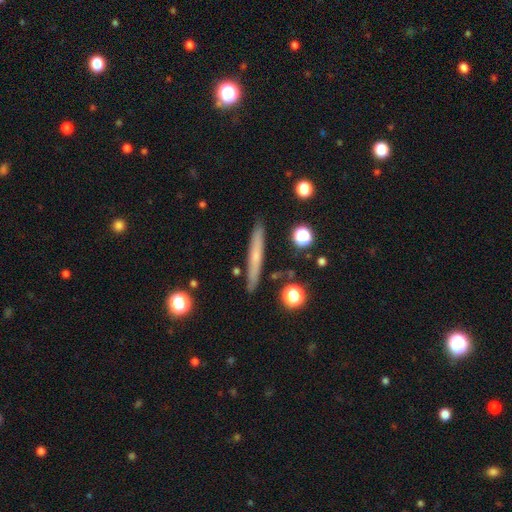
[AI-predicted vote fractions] A smooth galaxy with no disk features (49%). Merging: none (88%).